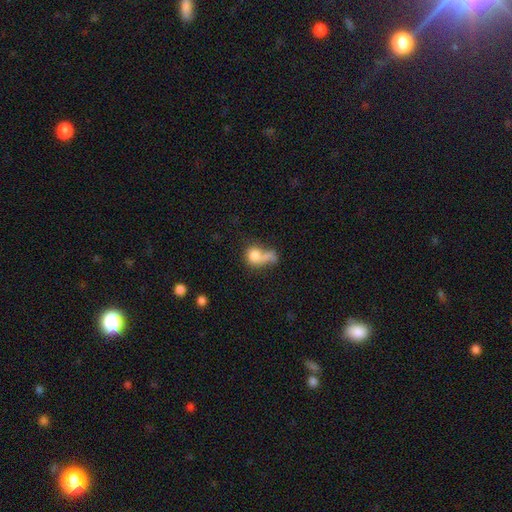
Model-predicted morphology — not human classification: A smooth galaxy with no disk features (74%) that is round (59%).

Vote fractions:
- Smooth or featured? smooth: 74% / featured or disk: 15% / star or artifact: 10%
- How rounded? round: 59% / in between: 38% / cigar-shaped: 3%
- Merging? merger: 46% / none: 23% / major disturbance: 19% / minor disturbance: 11%